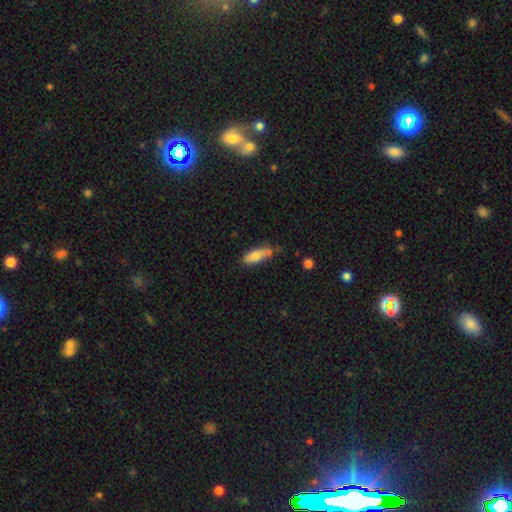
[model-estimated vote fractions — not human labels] Morphology: type=smooth (73%); roundness=in between (65%); merging=none (61%).